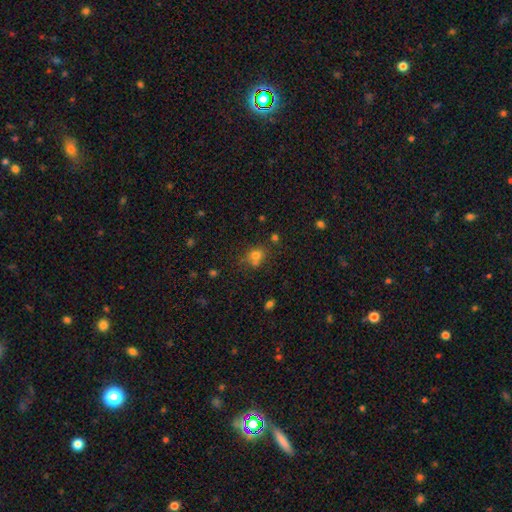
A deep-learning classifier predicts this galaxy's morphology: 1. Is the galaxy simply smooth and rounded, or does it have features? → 73% smooth, 17% star or artifact, 10% featured or disk.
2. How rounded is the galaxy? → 65% round, 34% in between, 1% cigar-shaped.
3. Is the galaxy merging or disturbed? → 54% none, 22% merger, 17% minor disturbance, 7% major disturbance.